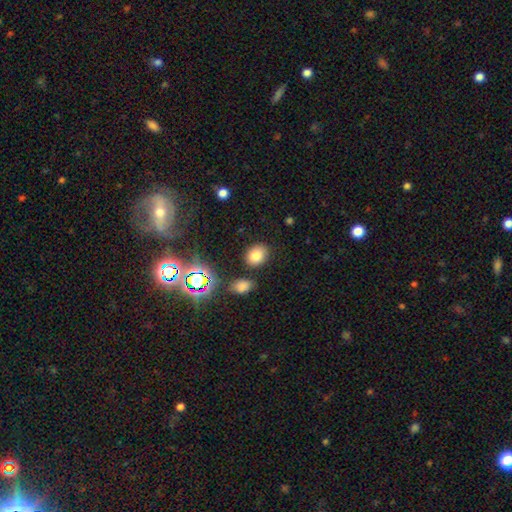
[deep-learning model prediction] Overall: smooth (77%). How rounded: in between (54%; round 45%). Merging: none (82%).